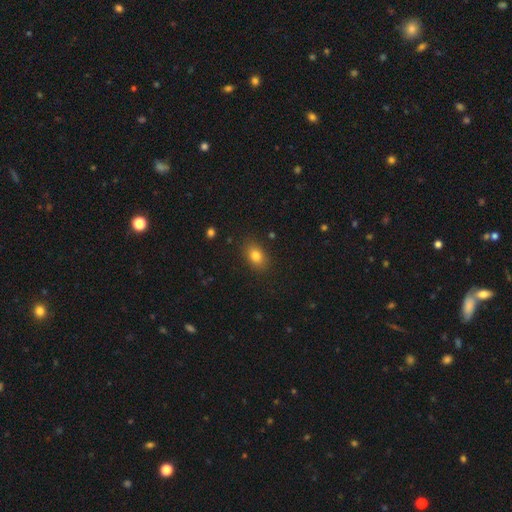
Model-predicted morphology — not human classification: This appears to be a smooth galaxy with no disk features (81%) that is in between round and cigar-shaped (77%). Merging: none (86%).